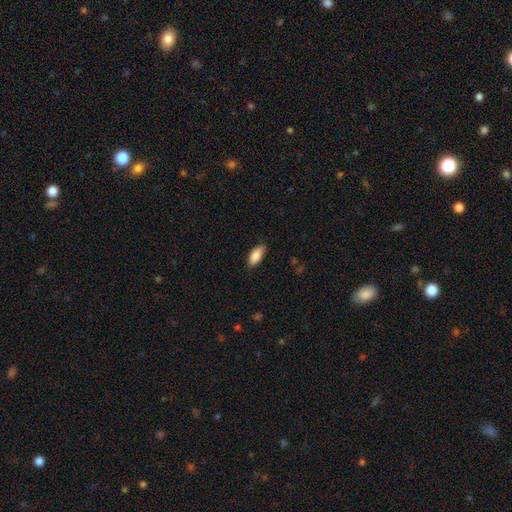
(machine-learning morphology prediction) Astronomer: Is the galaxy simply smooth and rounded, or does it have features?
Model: smooth — 86%.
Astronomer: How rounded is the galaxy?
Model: in between — 81%.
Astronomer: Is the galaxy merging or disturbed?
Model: none — 84%.